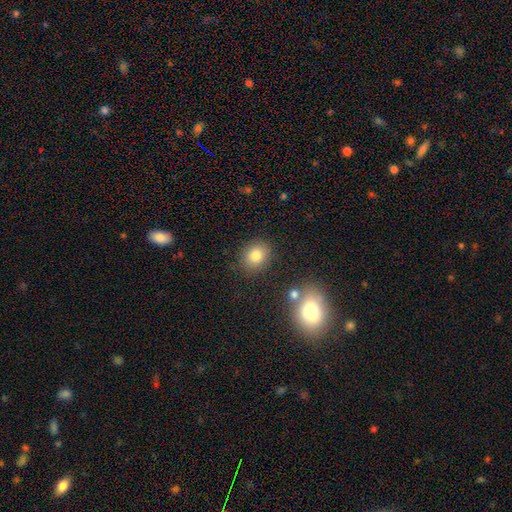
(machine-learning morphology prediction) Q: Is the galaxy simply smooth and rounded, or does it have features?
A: smooth — 81%.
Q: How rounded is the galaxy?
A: round — 55%.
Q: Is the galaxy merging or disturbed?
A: none — 84%.